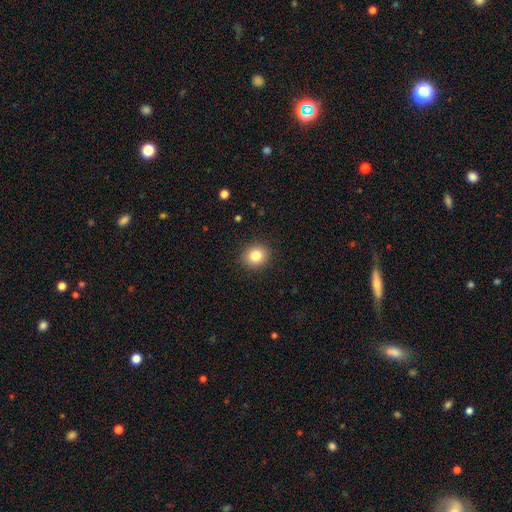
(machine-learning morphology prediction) Smooth or featured? Predicted: smooth (p=0.82). How rounded? Predicted: round (p=0.76). Merging? Predicted: none (p=0.90).